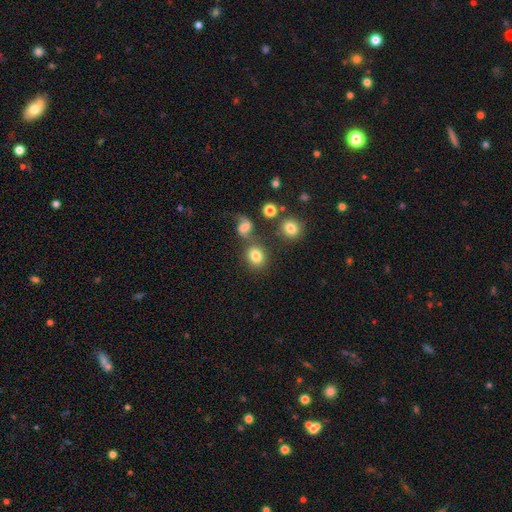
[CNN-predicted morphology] Smooth or featured: smooth — 79% (star or artifact — 11%)
How rounded: round — 69% (in between — 29%)
Merging: none — 67% (merger — 16%)